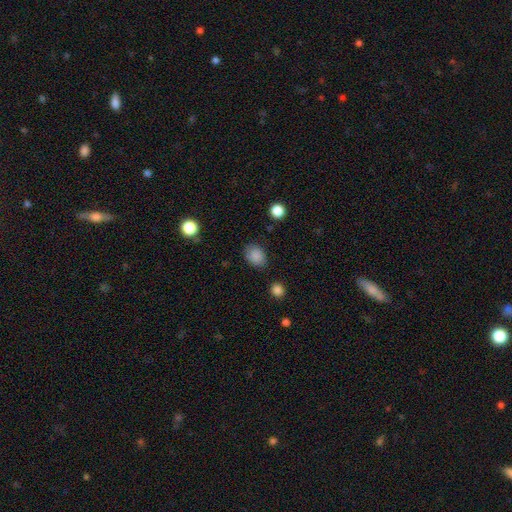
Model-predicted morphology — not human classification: Smooth or featured? Predicted: smooth (p=0.87). How rounded? Predicted: in between (p=0.62). Merging? Predicted: none (p=0.81).